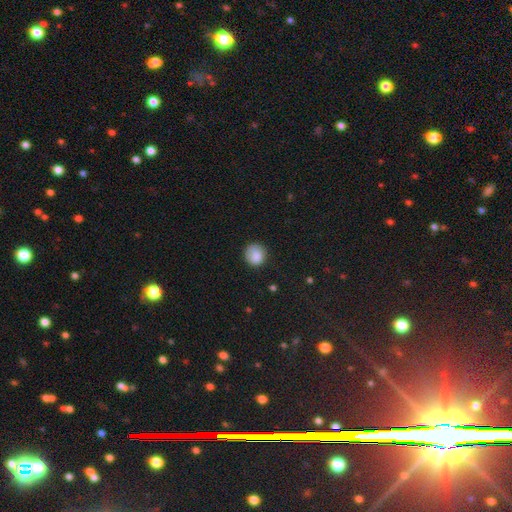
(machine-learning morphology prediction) smooth_or_featured: smooth (p=0.85) [alt: star or artifact p=0.09]
how_rounded: round (p=0.88) [alt: in between p=0.11]
merging: none (p=0.77) [alt: minor disturbance p=0.17]